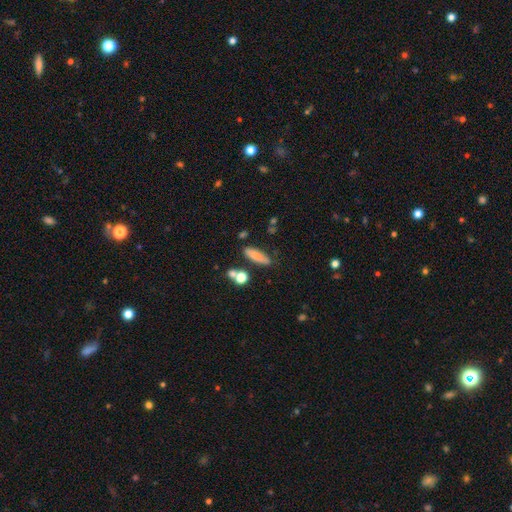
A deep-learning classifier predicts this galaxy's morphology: A smooth galaxy with no disk features (74%) that is cigar-shaped (49%).

Vote fractions:
- Smooth or featured? smooth: 74% / featured or disk: 17% / star or artifact: 9%
- How rounded? cigar-shaped: 49% / in between: 46% / round: 4%
- Merging? none: 71% / minor disturbance: 16% / merger: 9% / major disturbance: 5%